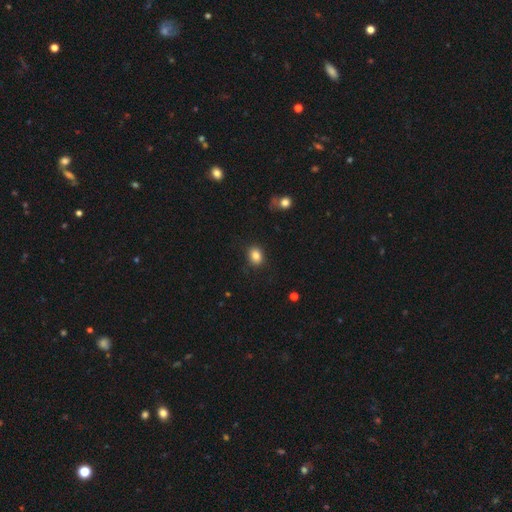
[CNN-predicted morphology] This appears to be a smooth galaxy with no disk features (83%) that is in between round and cigar-shaped (50%). Merging: none (85%).